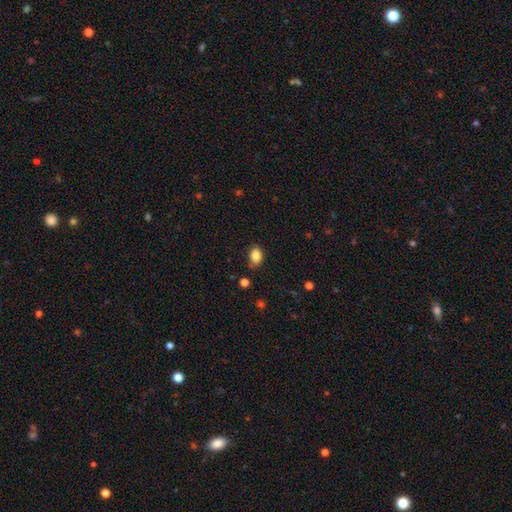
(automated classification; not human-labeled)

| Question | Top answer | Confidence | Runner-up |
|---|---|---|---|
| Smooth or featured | smooth | 86% | star or artifact (9%) |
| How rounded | in between | 74% | round (25%) |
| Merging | none | 70% | minor disturbance (23%) |